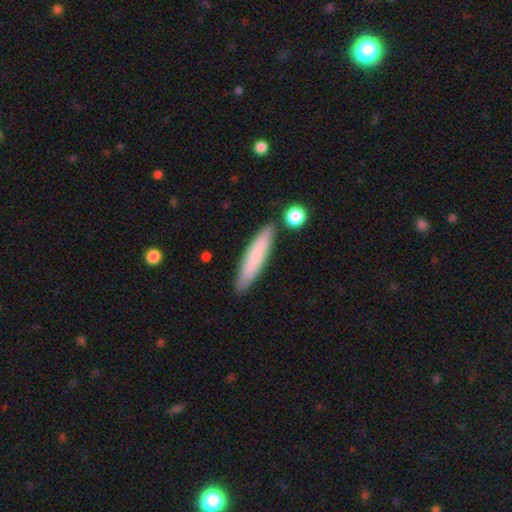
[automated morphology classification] A smooth galaxy with no disk features (77%) that is cigar-shaped (85%). Merging: none (83%).